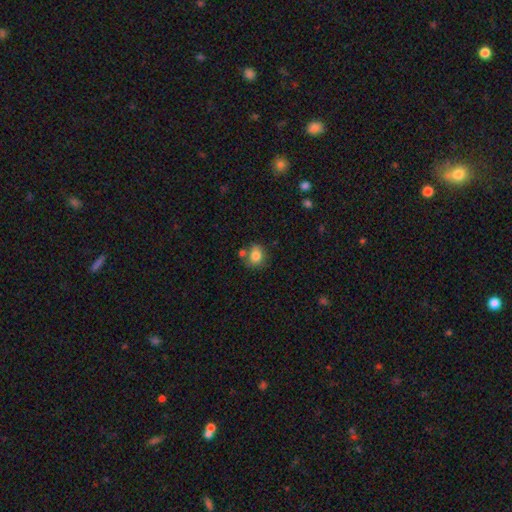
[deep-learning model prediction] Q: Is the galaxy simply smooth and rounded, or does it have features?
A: smooth — 82%.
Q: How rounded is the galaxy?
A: round — 64%.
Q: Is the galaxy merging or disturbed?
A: none — 60%.